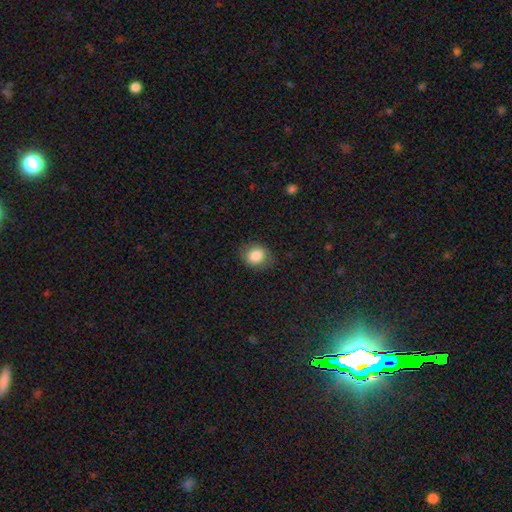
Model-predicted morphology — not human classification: Smooth or featured?
  - smooth: 83% *
  - star or artifact: 8%
  - featured or disk: 8%
How rounded?
  - round: 51% *
  - in between: 48%
  - cigar-shaped: 1%
Merging?
  - none: 79% *
  - minor disturbance: 15%
  - major disturbance: 5%
  - merger: 1%